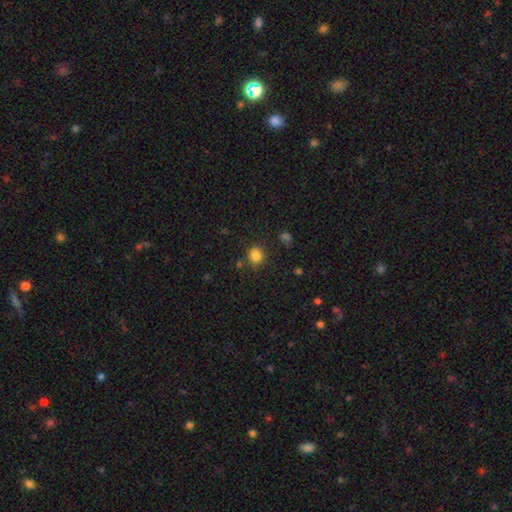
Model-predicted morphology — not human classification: A smooth galaxy with no disk features (81%) that is round (77%).

Vote fractions:
- Smooth or featured? smooth: 81% / star or artifact: 13% / featured or disk: 6%
- How rounded? round: 77% / in between: 22% / cigar-shaped: 1%
- Merging? none: 70% / minor disturbance: 16% / merger: 10% / major disturbance: 5%